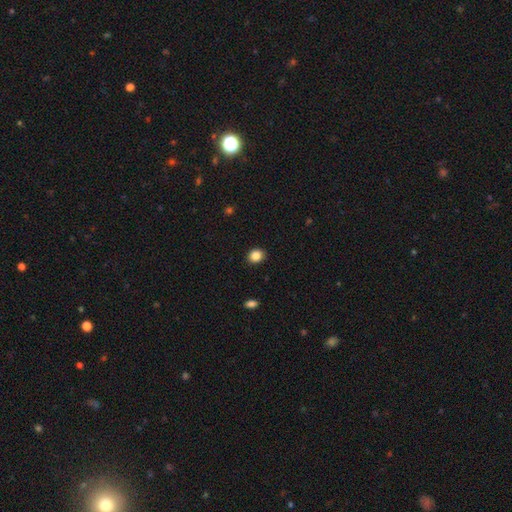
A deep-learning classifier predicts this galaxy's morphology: Smooth or featured: smooth — 86% (star or artifact — 10%)
How rounded: round — 67% (in between — 32%)
Merging: none — 90% (minor disturbance — 7%)